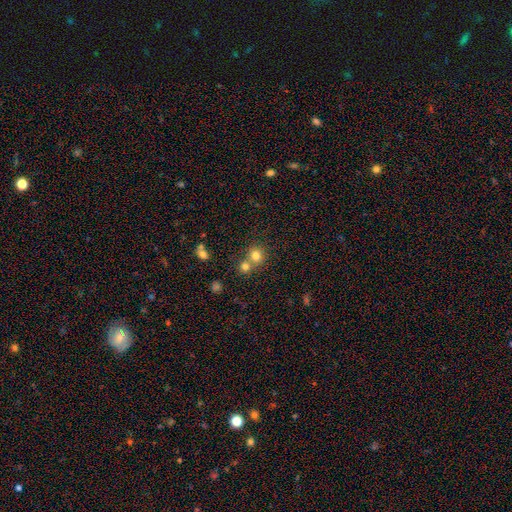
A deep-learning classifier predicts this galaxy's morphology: Smooth or featured? Predicted: smooth (p=0.77). How rounded? Predicted: round (p=0.87). Merging? Predicted: none (p=0.52).